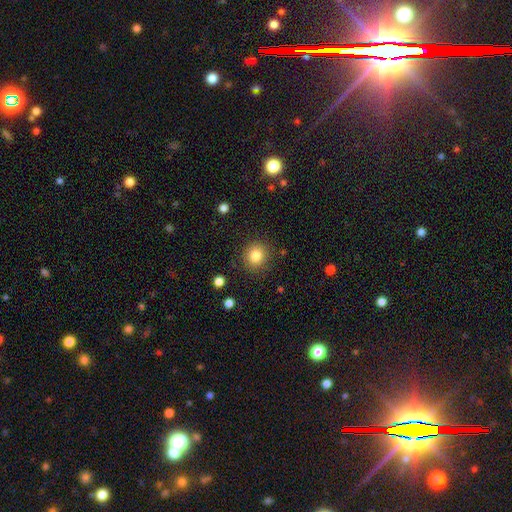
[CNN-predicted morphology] type=smooth (83%); roundness=round (87%); merging=none (87%).